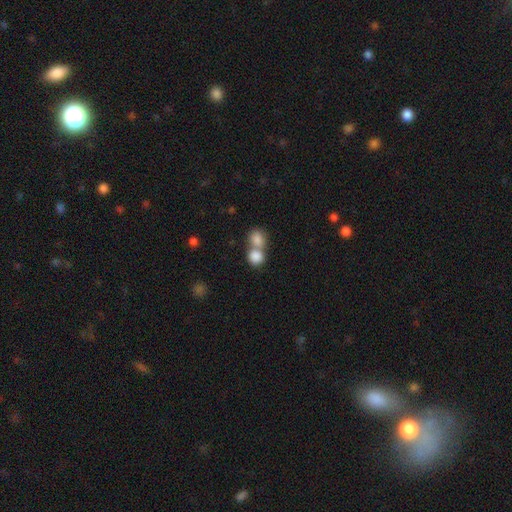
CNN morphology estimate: Smooth or featured: smooth — 84% (star or artifact — 8%)
How rounded: round — 72% (in between — 27%)
Merging: merger — 60% (none — 31%)